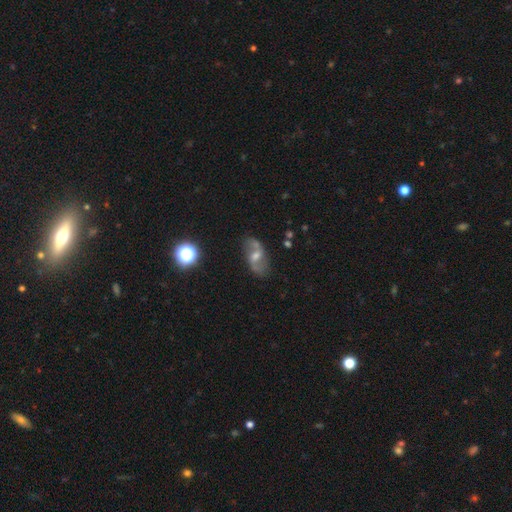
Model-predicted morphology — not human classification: smooth-or-featured: featured or disk: 73% | smooth: 17% | star or artifact: 11%
  disk-edge-on: no: 95% | yes: 5%
    bar: weak: 49% | no: 31% | strong: 20%
    has-spiral-arms: yes: 86% | no: 14%
      spiral-winding: loose: 56% | medium: 34% | tight: 10%
      spiral-arm-count: 2: 89% | can't tell: 6% | 1: 2% | 3: 1% | 4: 1% | more than 4: 1%
    bulge-size: moderate: 54% | small: 35% | large: 5% | none: 5% | dominant: 1%
  merging: none: 75% | minor disturbance: 15% | major disturbance: 6% | merger: 5%